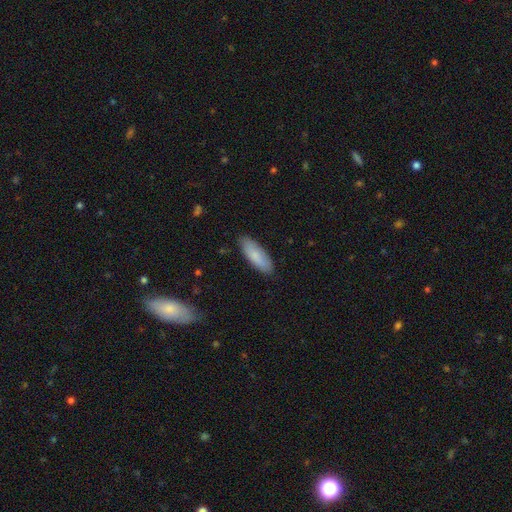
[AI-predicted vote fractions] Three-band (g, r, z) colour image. It shows a smooth galaxy with no disk features (83%) that is in between round and cigar-shaped (66%). Merging: none (86%).